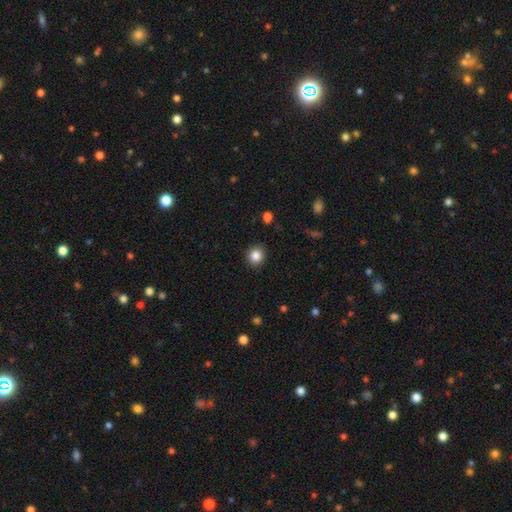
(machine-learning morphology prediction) Smooth or featured?
  - smooth: 85% *
  - star or artifact: 10%
  - featured or disk: 5%
How rounded?
  - round: 85% *
  - in between: 14%
  - cigar-shaped: 1%
Merging?
  - none: 90% *
  - minor disturbance: 7%
  - major disturbance: 2%
  - merger: 1%